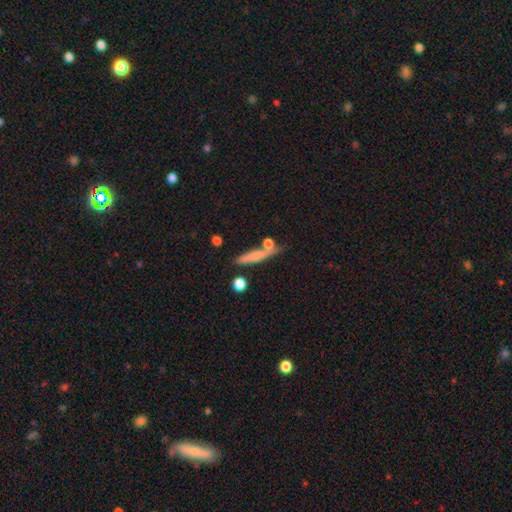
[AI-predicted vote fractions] The model was most divided on "smooth or featured": smooth: 63%, featured or disk: 29%, star or artifact: 8%. More confident: how rounded — cigar-shaped (87%); merging — none (69%).